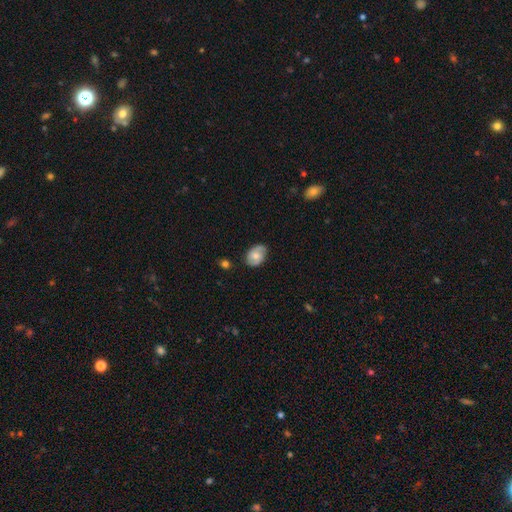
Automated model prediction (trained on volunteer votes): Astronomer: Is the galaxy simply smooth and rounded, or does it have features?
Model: smooth — 48% (runner-up: featured or disk, 44%).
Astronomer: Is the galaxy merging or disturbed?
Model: none — 72%.